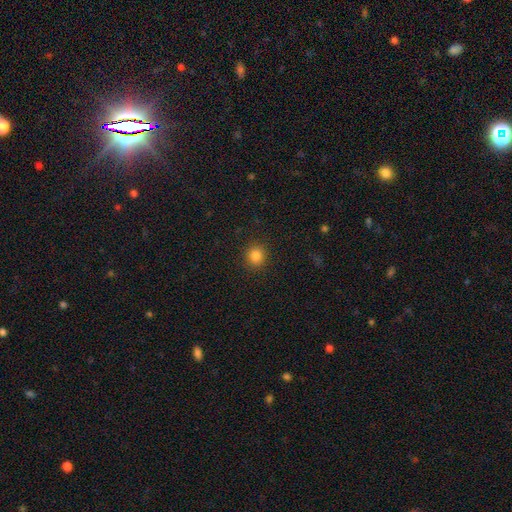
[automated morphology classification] type=smooth (84%); roundness=round (86%); merging=none (91%).